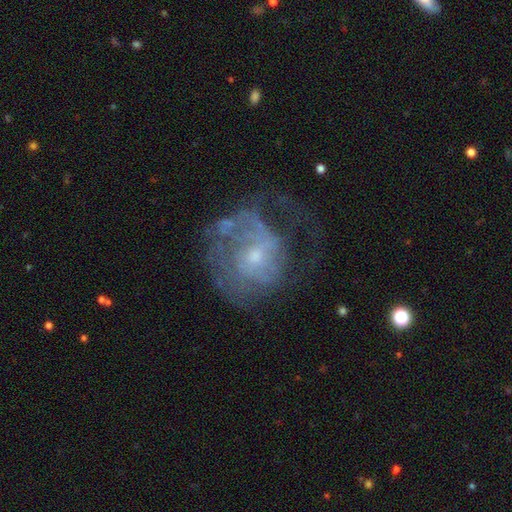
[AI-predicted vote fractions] This is likely a featured or disk galaxy (71%). It is clearly not viewed edge-on (97%). Bar: likely no (75%). Spiral arm pattern: likely yes (66%). Central bulge: possibly small (58%). Merging: marginally none (42%).